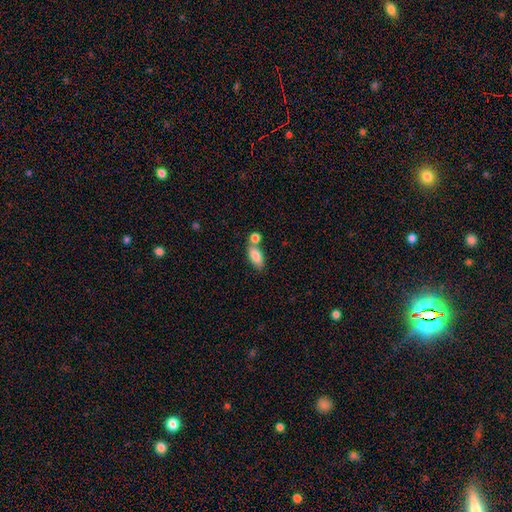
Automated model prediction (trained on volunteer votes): The model was most divided on "merging": none: 55%, merger: 29%, minor disturbance: 13%, major disturbance: 4%. More confident: how rounded — in between (85%); smooth or featured — smooth (83%).